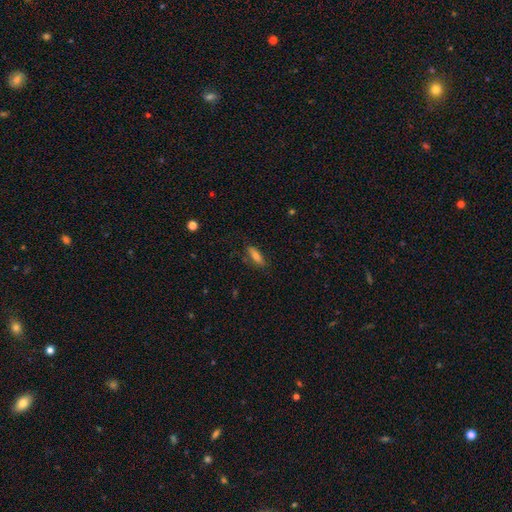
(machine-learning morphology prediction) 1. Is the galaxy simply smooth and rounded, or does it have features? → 69% smooth, 23% featured or disk, 9% star or artifact.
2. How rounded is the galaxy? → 49% cigar-shaped, 48% in between, 3% round.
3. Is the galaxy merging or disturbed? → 80% none, 15% minor disturbance, 4% major disturbance, 1% merger.